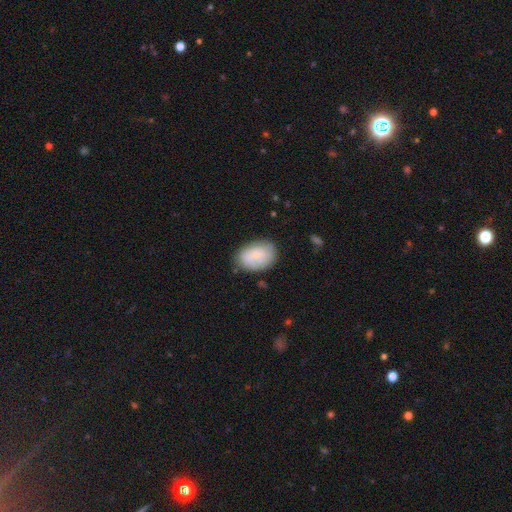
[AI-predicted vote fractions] This appears to be a smooth galaxy with no disk features (69%) that is in between round and cigar-shaped (82%). Merging: none (74%).